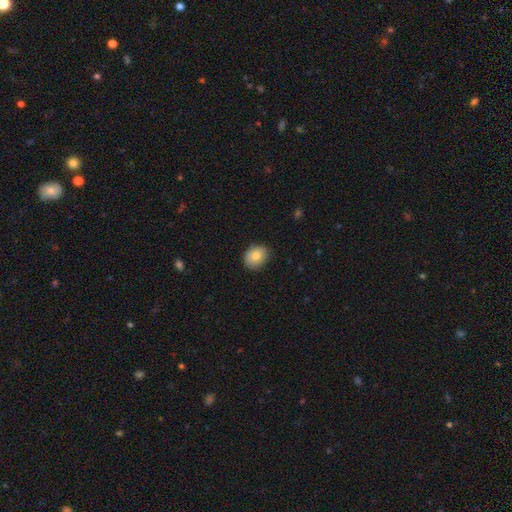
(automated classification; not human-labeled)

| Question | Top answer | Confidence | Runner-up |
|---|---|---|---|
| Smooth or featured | smooth | 79% | featured or disk (13%) |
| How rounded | round | 54% | in between (45%) |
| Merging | none | 83% | minor disturbance (14%) |